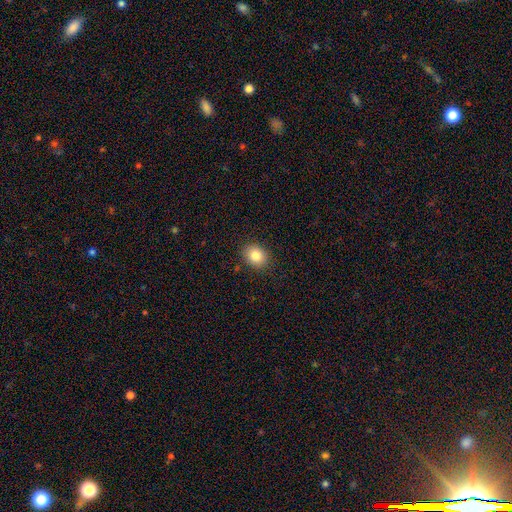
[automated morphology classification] This is clearly a smooth galaxy (84%). How rounded: possibly round (52%). Merging: clearly none (88%).